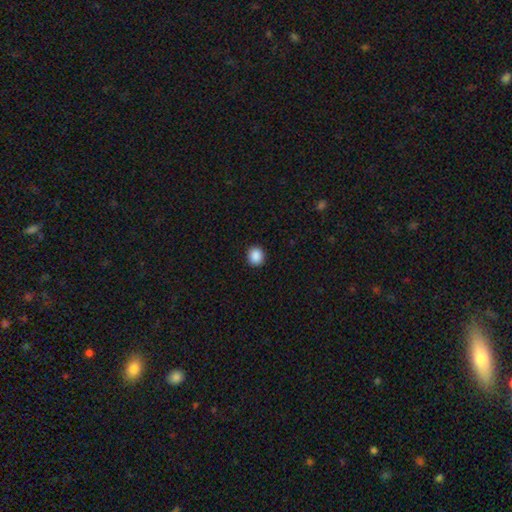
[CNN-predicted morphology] Smooth or featured? smooth (89%)
How rounded? round (80%)
Merging? none (91%)